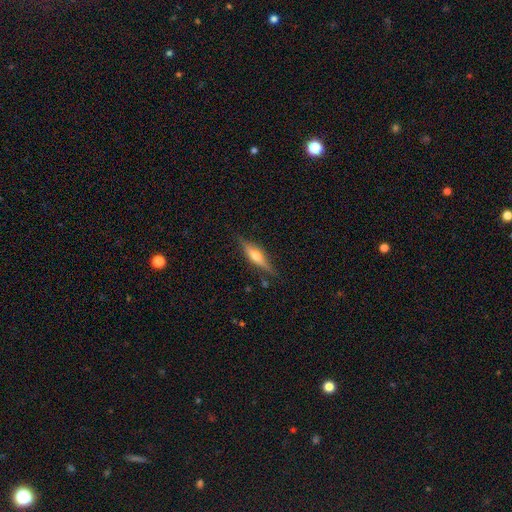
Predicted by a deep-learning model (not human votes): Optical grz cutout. It shows a featured or disk galaxy (64%) viewed edge-on (95%) with a rounded central bulge (87%). Merging: none (83%).